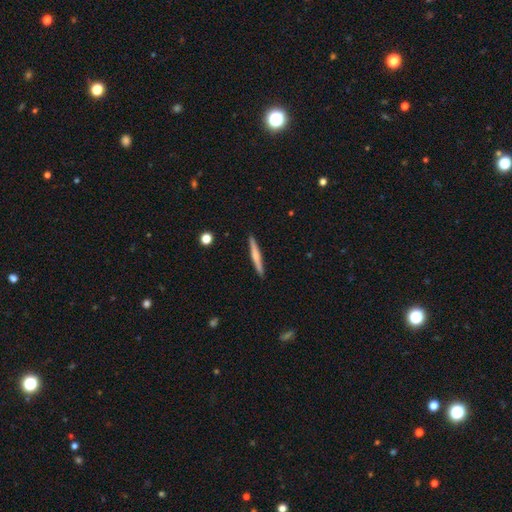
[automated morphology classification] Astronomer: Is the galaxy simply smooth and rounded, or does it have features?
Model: smooth — 55% (runner-up: featured or disk, 39%).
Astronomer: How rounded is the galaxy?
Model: cigar-shaped — 96%.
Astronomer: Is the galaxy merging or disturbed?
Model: none — 92%.